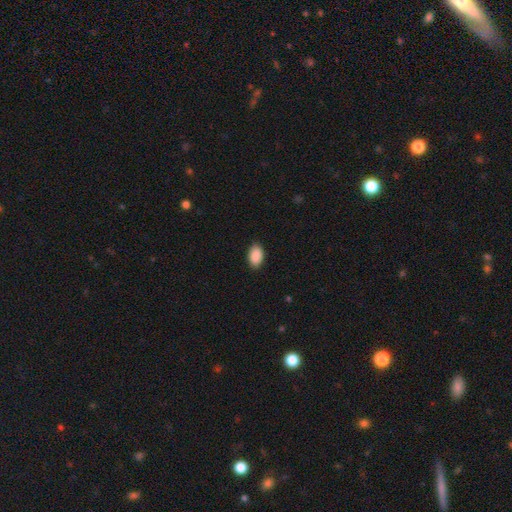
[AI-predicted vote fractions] smooth-or-featured: smooth: 91% | star or artifact: 7% | featured or disk: 3%
  how-rounded: in between: 92% | round: 7% | cigar-shaped: 1%
  merging: none: 87% | minor disturbance: 10% | major disturbance: 2% | merger: 1%